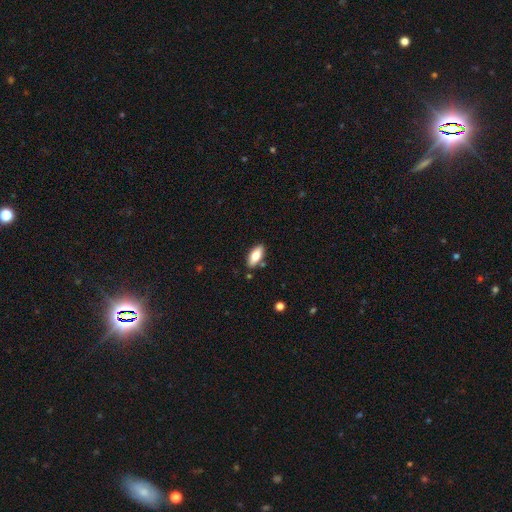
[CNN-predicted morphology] Smooth or featured: smooth — 80% (featured or disk — 13%)
How rounded: in between — 85% (cigar-shaped — 13%)
Merging: none — 84% (minor disturbance — 11%)